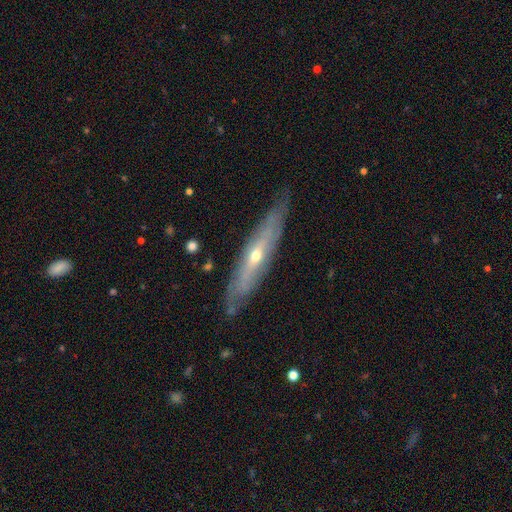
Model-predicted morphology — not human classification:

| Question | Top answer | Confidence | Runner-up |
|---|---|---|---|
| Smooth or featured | featured or disk | 70% | smooth (24%) |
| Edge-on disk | yes | 64% | no (36%) |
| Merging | none | 79% | minor disturbance (15%) |